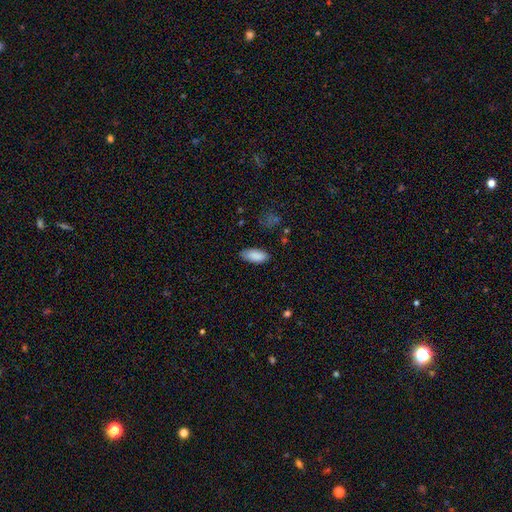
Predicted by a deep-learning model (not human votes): A smooth galaxy with no disk features (89%) that is in between round and cigar-shaped (88%). Merging: none (82%).